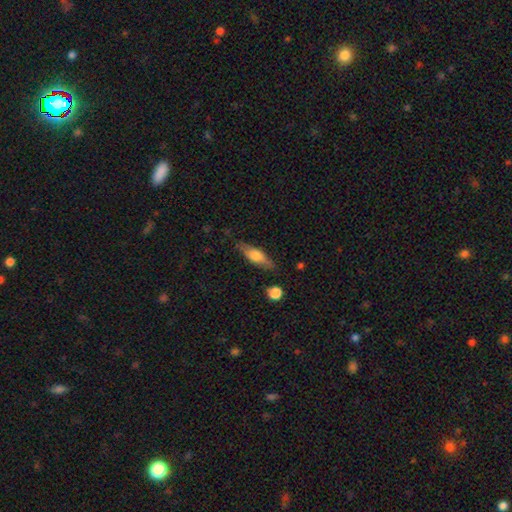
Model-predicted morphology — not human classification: This appears to be a smooth galaxy with no disk features (57%) that is cigar-shaped (49%). Merging: none (79%).